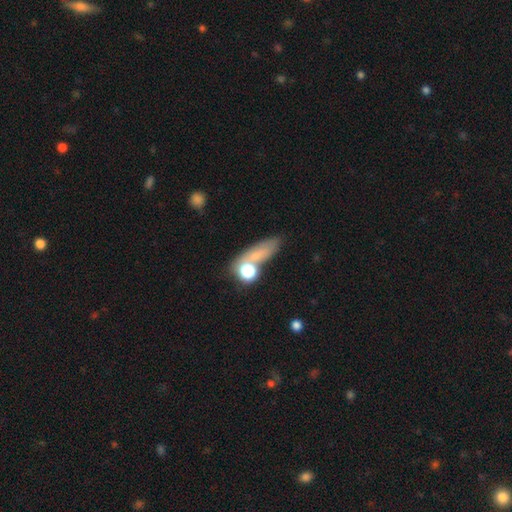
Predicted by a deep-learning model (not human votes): A smooth galaxy with no disk features (66%) that is in between round and cigar-shaped (40%). Merging: none (53%).